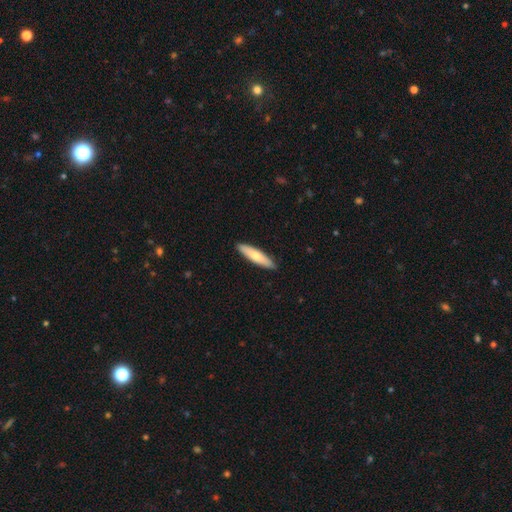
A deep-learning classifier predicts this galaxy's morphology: The model was most divided on "smooth or featured": smooth: 67%, featured or disk: 28%, star or artifact: 5%. More confident: merging — none (90%); how rounded — cigar-shaped (78%).